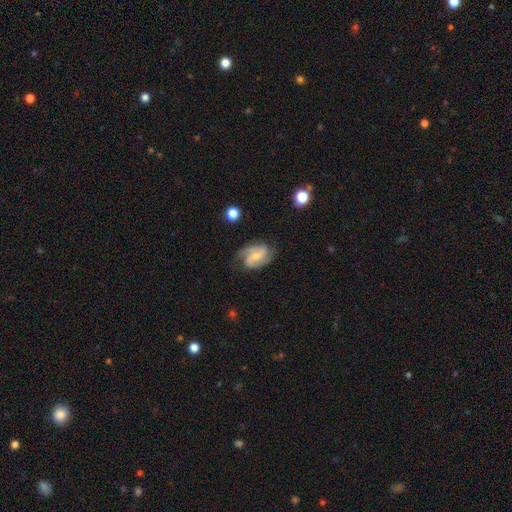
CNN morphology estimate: featured or disk 79%, smooth 15%, star or artifact 6%. Down the decision tree: edge-on disk — no (97%); bar — weak (45%); spiral arms — yes (95%); spiral arm count — 2 (76%); spiral winding — medium (48%); bulge size — small (58%); merging — none (70%).